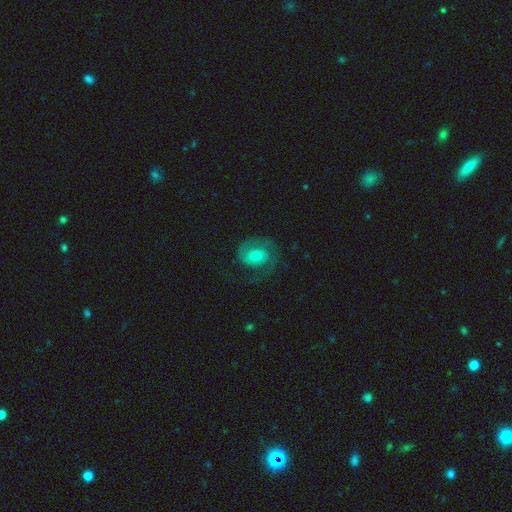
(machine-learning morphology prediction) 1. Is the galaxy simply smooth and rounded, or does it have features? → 70% featured or disk, 23% smooth, 7% star or artifact.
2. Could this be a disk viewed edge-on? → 98% no, 2% yes.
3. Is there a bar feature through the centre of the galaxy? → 48% no, 42% weak, 10% strong.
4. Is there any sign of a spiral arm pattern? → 91% yes, 9% no.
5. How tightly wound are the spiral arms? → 44% medium, 34% tight, 22% loose.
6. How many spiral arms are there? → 60% 2, 29% 1, 7% can't tell, 2% 3, 1% 4, 1% more than 4.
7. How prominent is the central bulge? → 56% moderate, 27% small, 12% large, 3% none, 2% dominant.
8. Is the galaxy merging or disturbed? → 62% none, 20% major disturbance, 17% minor disturbance, 2% merger.